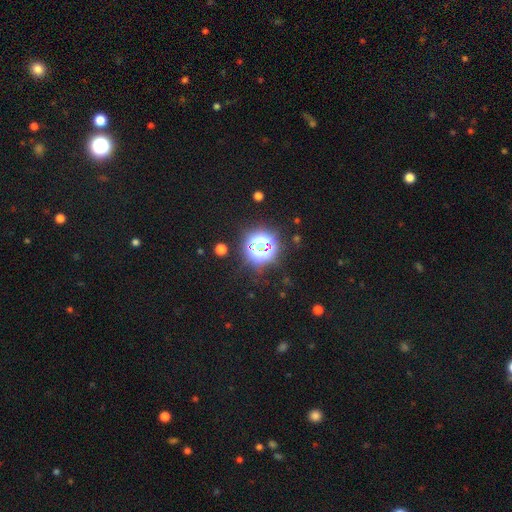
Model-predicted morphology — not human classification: Smooth or featured? star or artifact (78%)